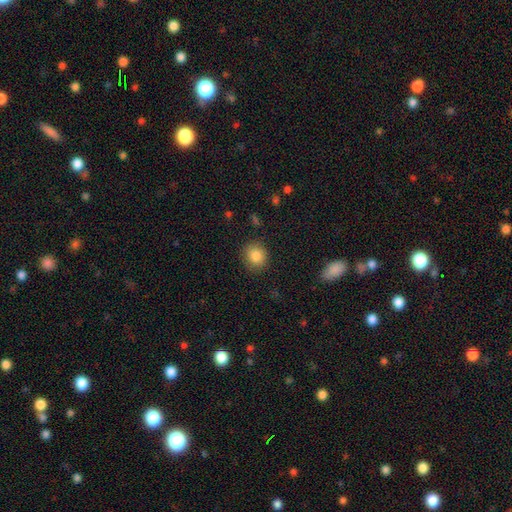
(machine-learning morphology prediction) A smooth galaxy with no disk features (86%) that is round (80%). Merging: none (85%).